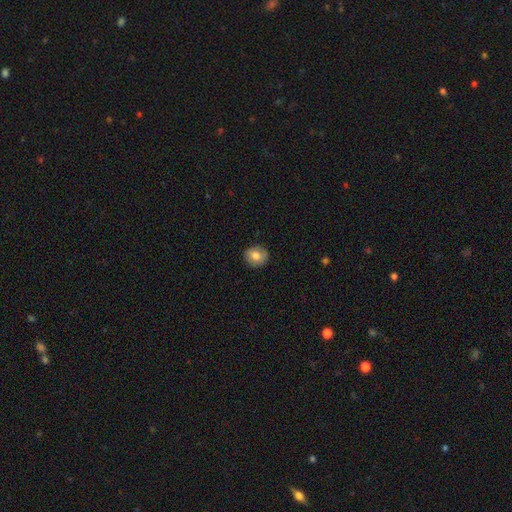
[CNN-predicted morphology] Smooth or featured? Predicted: smooth (p=0.77). How rounded? Predicted: round (p=0.83). Merging? Predicted: none (p=0.88).